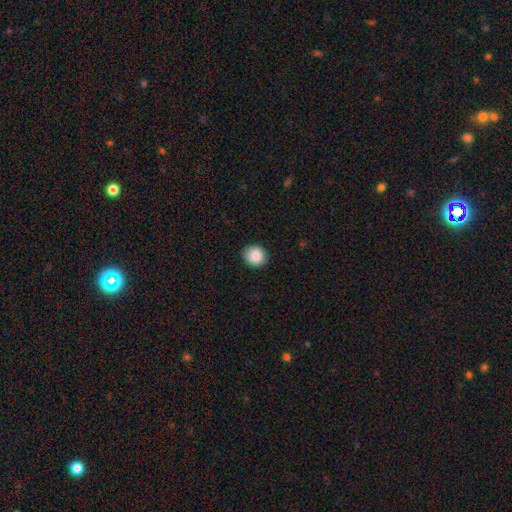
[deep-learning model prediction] The model was most divided on "how rounded": round: 83%, in between: 16%, cigar-shaped: 1%. More confident: smooth or featured — smooth (87%); merging — none (87%).